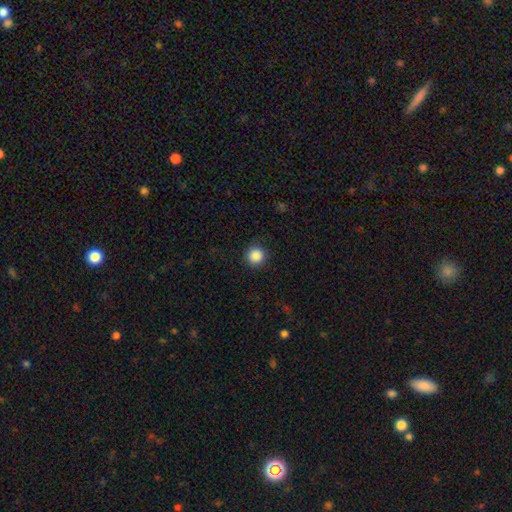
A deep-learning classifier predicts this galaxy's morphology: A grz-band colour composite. It shows a smooth galaxy with no disk features (88%) that is round (96%). Merging: none (91%).